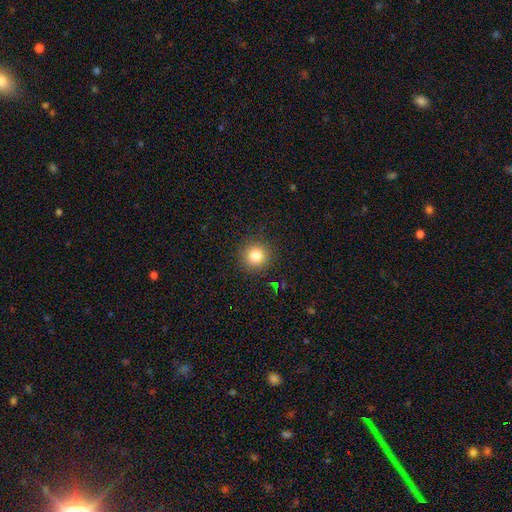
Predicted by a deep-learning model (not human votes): smooth-or-featured: smooth: 82% | star or artifact: 12% | featured or disk: 6%
  how-rounded: round: 95% | in between: 4% | cigar-shaped: 1%
  merging: none: 91% | minor disturbance: 6% | major disturbance: 2% | merger: 1%